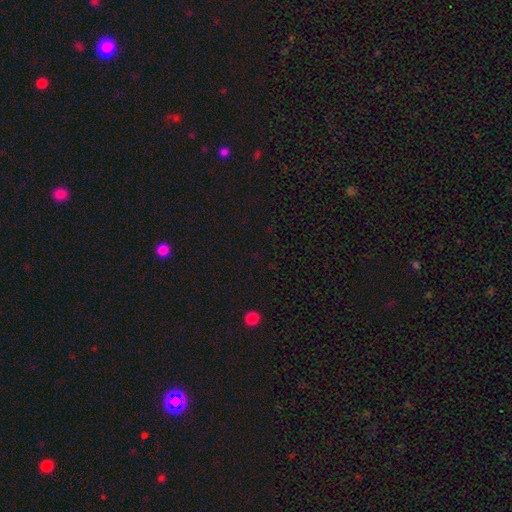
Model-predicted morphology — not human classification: This is likely a star or artifact rather than a galaxy (65%).